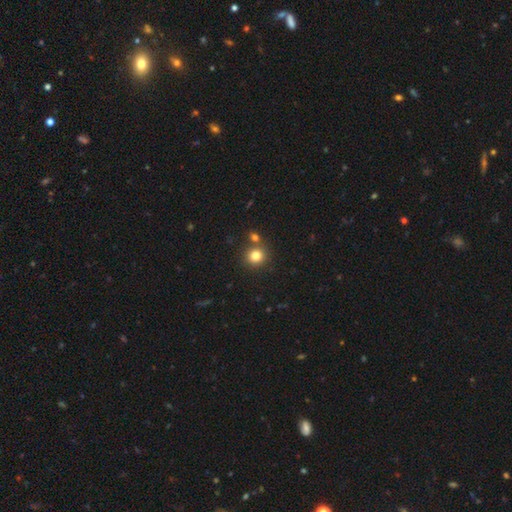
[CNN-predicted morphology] type=smooth (81%); roundness=round (90%); merging=none (77%).